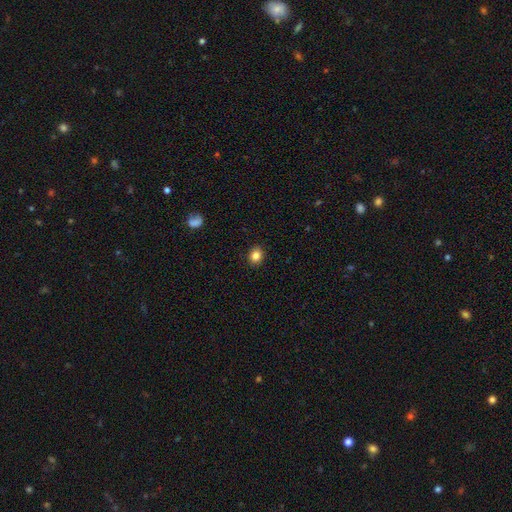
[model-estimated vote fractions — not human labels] Smooth or featured? smooth (84%)
How rounded? round (61%)
Merging? none (91%)